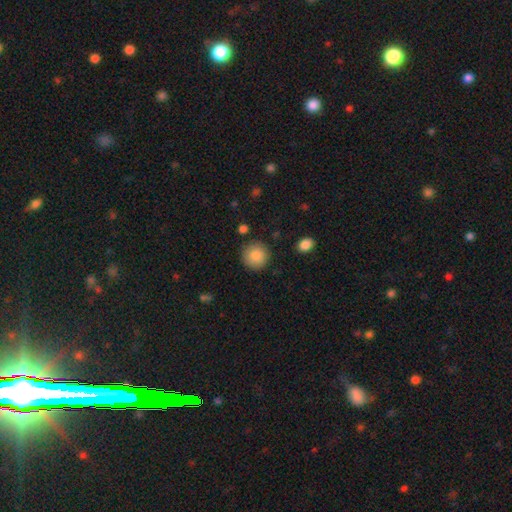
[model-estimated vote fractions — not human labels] Q: Smooth or featured?
A: smooth (86%); runner-up: star or artifact (8%)
Q: How rounded?
A: round (94%); runner-up: in between (5%)
Q: Merging?
A: none (88%); runner-up: minor disturbance (8%)